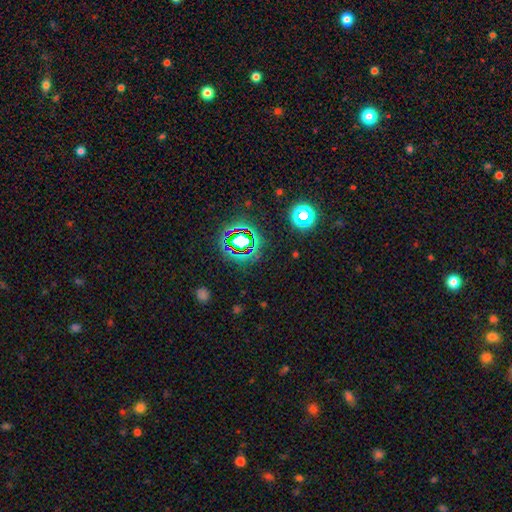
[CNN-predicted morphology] The model was most divided on "smooth or featured": star or artifact: 65%, smooth: 20%, featured or disk: 14%.